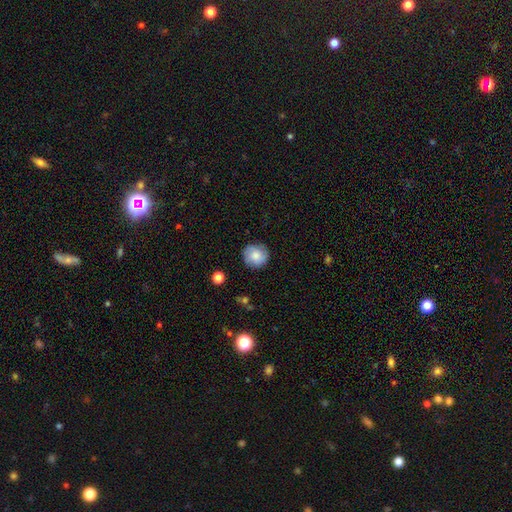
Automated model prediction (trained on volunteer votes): Q: Smooth or featured?
A: smooth (70%); runner-up: featured or disk (22%)
Q: How rounded?
A: round (91%); runner-up: in between (8%)
Q: Merging?
A: none (83%); runner-up: minor disturbance (12%)